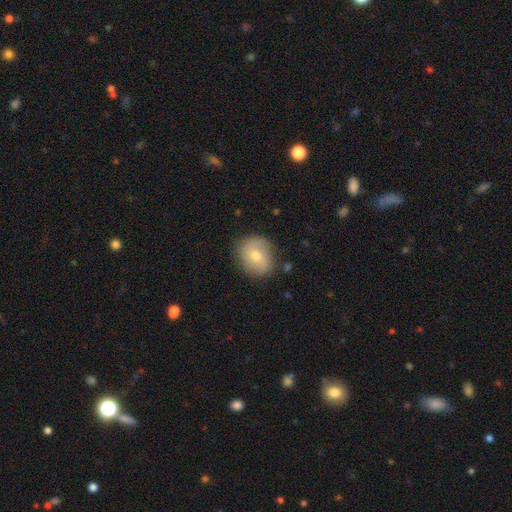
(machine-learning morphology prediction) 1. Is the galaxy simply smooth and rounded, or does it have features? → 61% smooth, 30% featured or disk, 9% star or artifact.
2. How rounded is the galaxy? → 72% round, 27% in between, 1% cigar-shaped.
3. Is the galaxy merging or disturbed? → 81% none, 14% minor disturbance, 3% major disturbance, 1% merger.